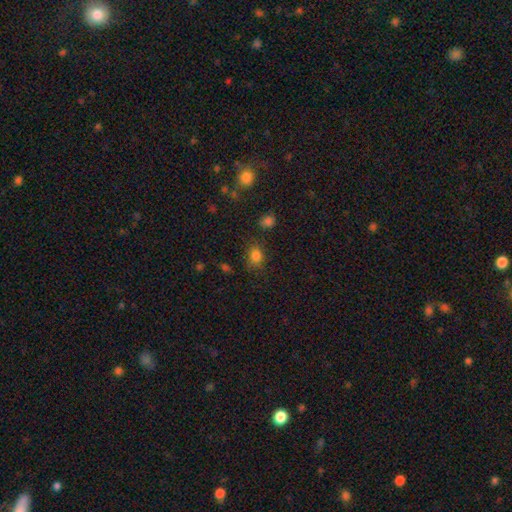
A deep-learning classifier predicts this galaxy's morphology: Overall: smooth (80%). How rounded: in between (50%; round 49%). Merging: none (74%).